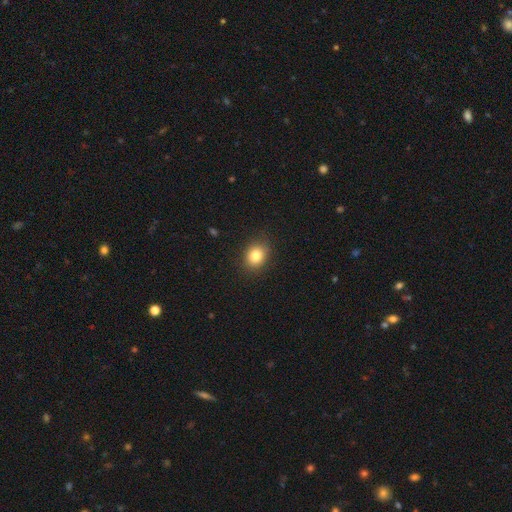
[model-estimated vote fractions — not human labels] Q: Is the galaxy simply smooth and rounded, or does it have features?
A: smooth — 82%.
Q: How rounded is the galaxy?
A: round — 53%.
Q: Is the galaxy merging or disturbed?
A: none — 86%.